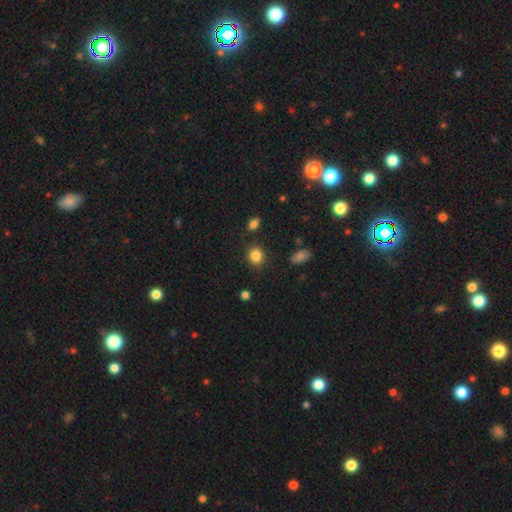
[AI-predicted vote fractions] A smooth galaxy with no disk features (86%) that is round (73%). Merging: none (86%).